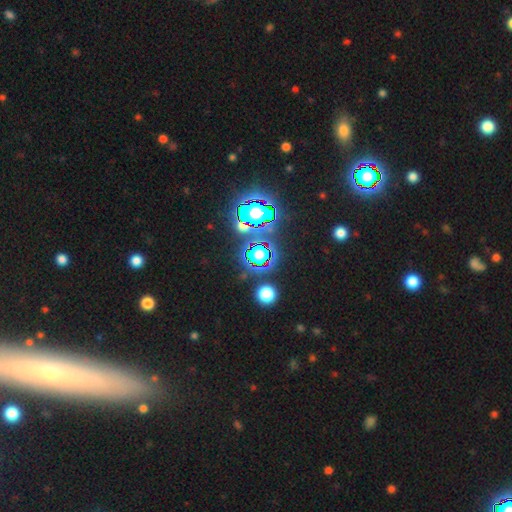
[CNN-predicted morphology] Smooth or featured? Predicted: star or artifact (p=0.64).